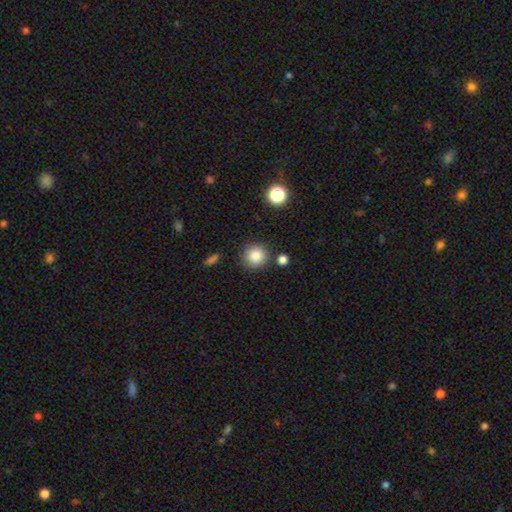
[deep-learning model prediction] A smooth galaxy with no disk features (85%) that is round (92%).

Vote fractions:
- Smooth or featured? smooth: 85% / star or artifact: 10% / featured or disk: 6%
- How rounded? round: 92% / in between: 7% / cigar-shaped: 1%
- Merging? none: 85% / minor disturbance: 8% / merger: 5% / major disturbance: 3%